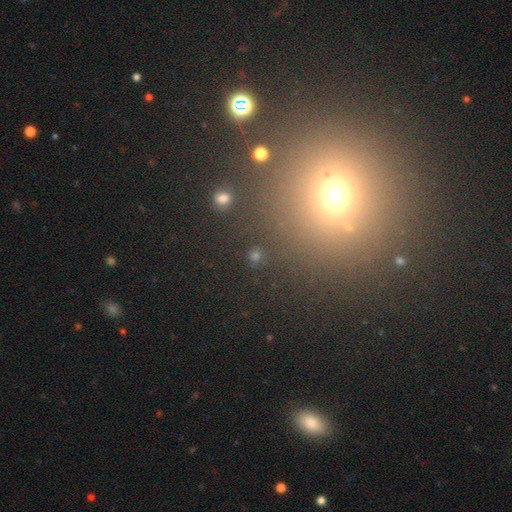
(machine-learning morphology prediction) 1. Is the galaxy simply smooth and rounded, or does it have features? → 49% smooth, 42% star or artifact, 9% featured or disk.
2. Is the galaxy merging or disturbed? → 86% none, 6% minor disturbance, 4% merger, 4% major disturbance.